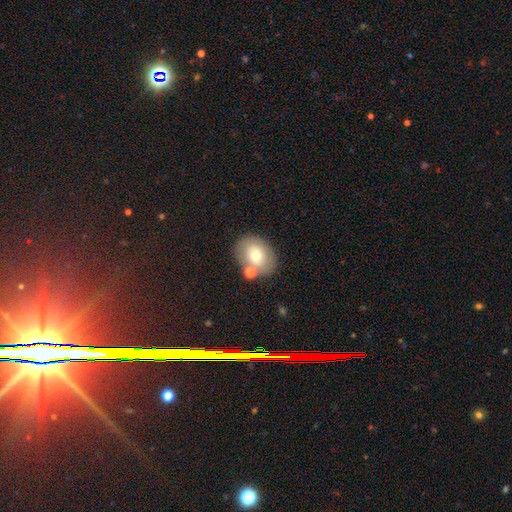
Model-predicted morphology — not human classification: Smooth or featured? Predicted: smooth (p=0.72). How rounded? Predicted: in between (p=0.64). Merging? Predicted: none (p=0.72).